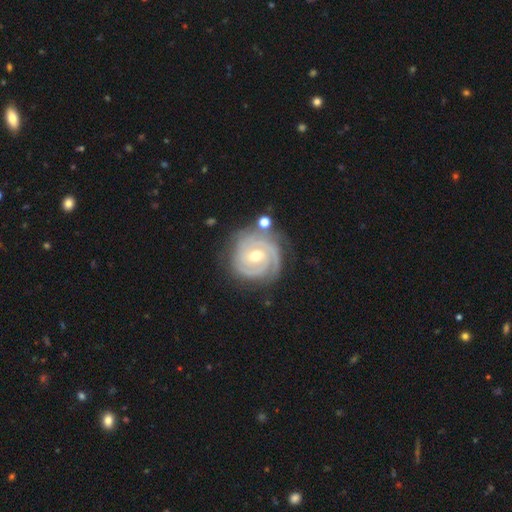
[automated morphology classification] Smooth or featured: featured or disk — 90% (smooth — 5%)
Edge-on disk: no — 98% (yes — 2%)
Bar: no — 53% (weak — 35%)
Spiral arms: yes — 98% (no — 2%)
Spiral winding: tight — 82% (medium — 16%)
Spiral arm count: 3 — 38% (2 — 30%)
Bulge size: moderate — 55% (small — 42%)
Merging: none — 73% (minor disturbance — 17%)